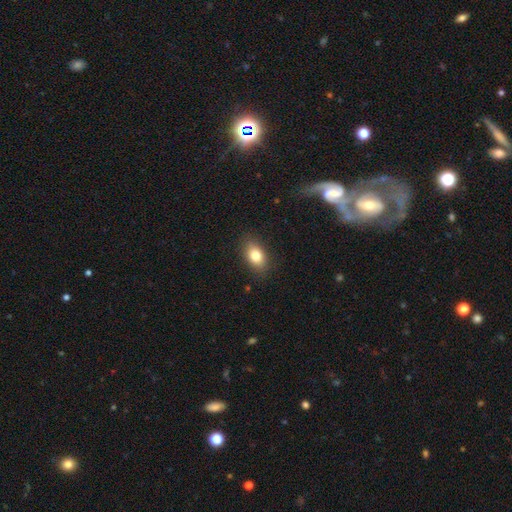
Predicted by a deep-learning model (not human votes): Smooth or featured?
  - smooth: 81% *
  - featured or disk: 11%
  - star or artifact: 9%
How rounded?
  - in between: 84% *
  - round: 13%
  - cigar-shaped: 3%
Merging?
  - none: 85% *
  - minor disturbance: 11%
  - major disturbance: 3%
  - merger: 1%